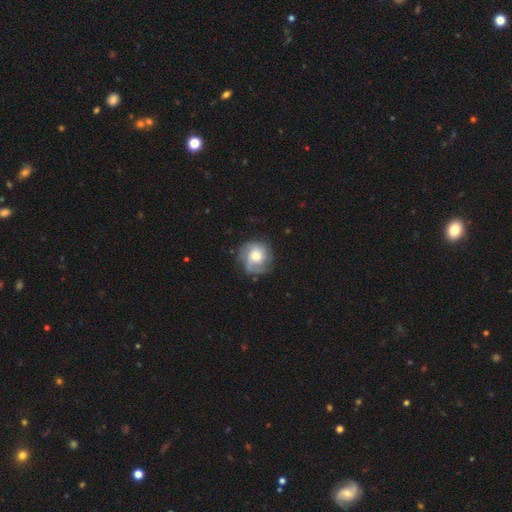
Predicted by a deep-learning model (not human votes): featured or disk 60%, smooth 32%, star or artifact 7%. Down the decision tree: edge-on disk — no (97%); bar — no (74%); spiral arms — yes (88%); spiral arm count — 2 (31%); spiral winding — tight (47%); bulge size — moderate (64%); merging — none (69%).